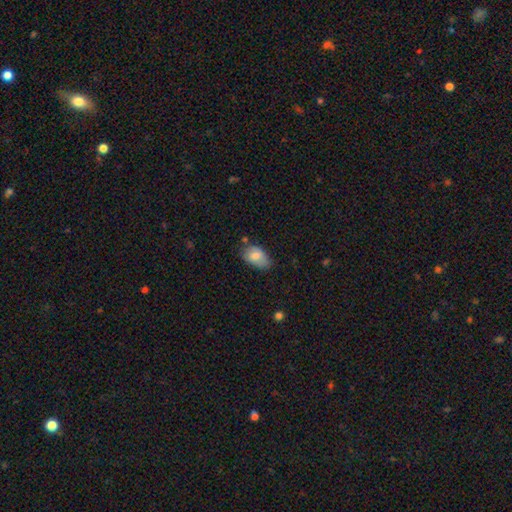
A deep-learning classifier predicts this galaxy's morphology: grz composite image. It shows a smooth galaxy with no disk features (77%) that is in between round and cigar-shaped (91%). Merging: none (55%).